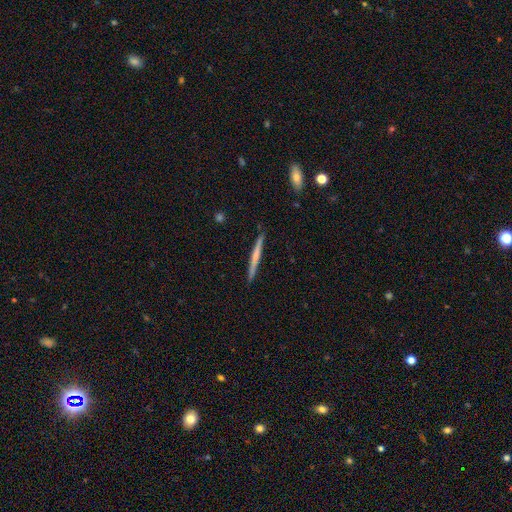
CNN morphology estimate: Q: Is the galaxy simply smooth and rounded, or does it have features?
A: smooth — 49%.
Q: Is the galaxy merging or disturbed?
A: none — 91%.